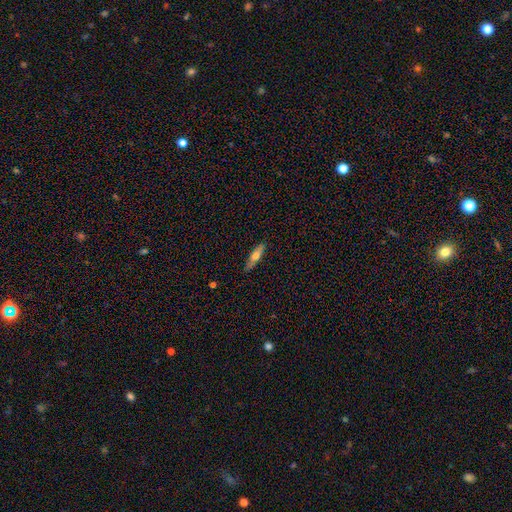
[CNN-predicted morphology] The model was most divided on "smooth or featured": smooth: 59%, featured or disk: 34%, star or artifact: 6%. More confident: merging — none (83%); how rounded — cigar-shaped (72%).